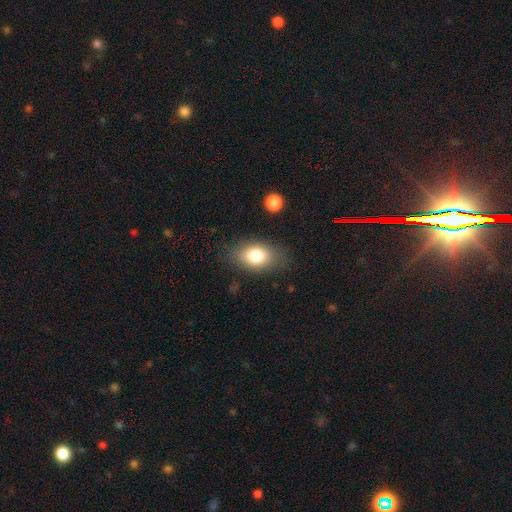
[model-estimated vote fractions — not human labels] smooth 79%, featured or disk 12%, star or artifact 9%. Down the decision tree: how rounded — in between (85%); merging — none (79%).